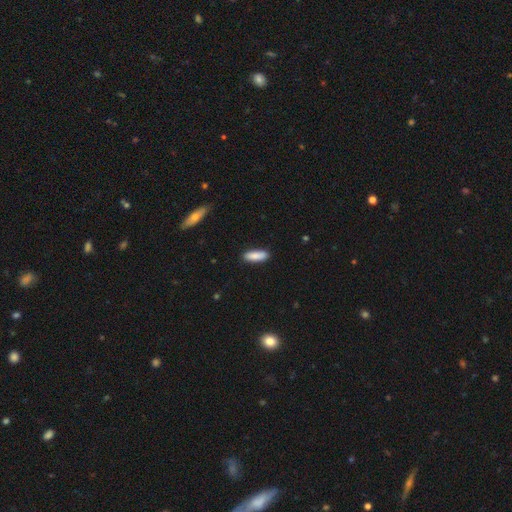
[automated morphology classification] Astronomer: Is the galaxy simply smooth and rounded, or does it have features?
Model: smooth — 87%.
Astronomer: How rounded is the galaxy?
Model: in between — 54% (runner-up: cigar-shaped, 44%).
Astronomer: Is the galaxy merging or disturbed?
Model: none — 87%.